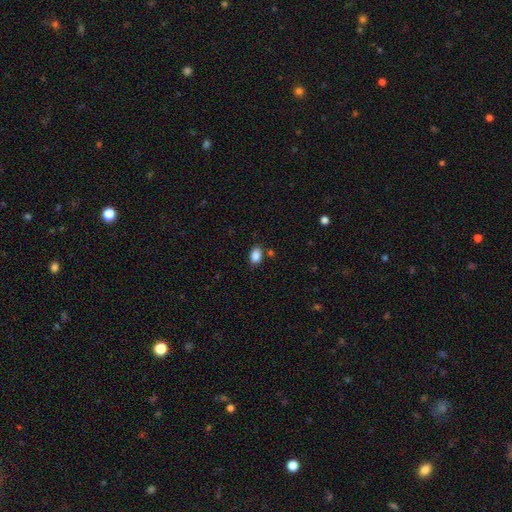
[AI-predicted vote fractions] A smooth galaxy with no disk features (87%) that is in between round and cigar-shaped (88%). Merging: none (81%).